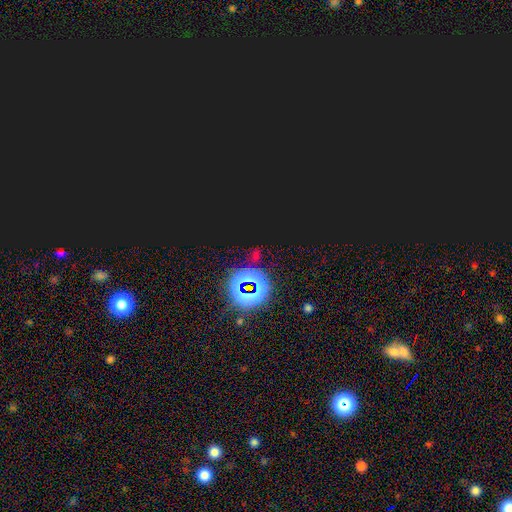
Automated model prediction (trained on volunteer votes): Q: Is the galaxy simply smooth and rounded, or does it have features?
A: star or artifact — 81%.